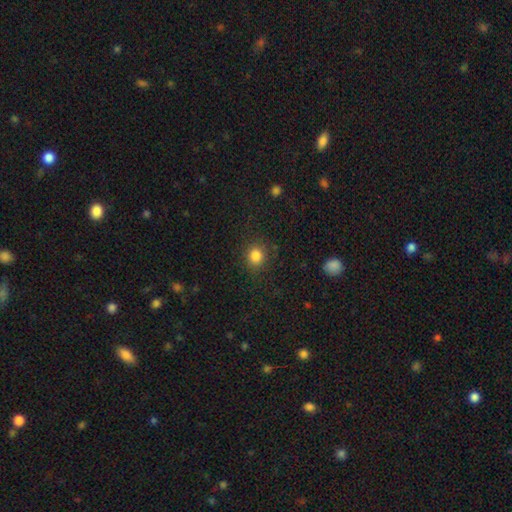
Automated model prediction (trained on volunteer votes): smooth_or_featured: smooth (p=0.84) [alt: star or artifact p=0.12]
how_rounded: round (p=0.82) [alt: in between p=0.17]
merging: none (p=0.86) [alt: minor disturbance p=0.09]